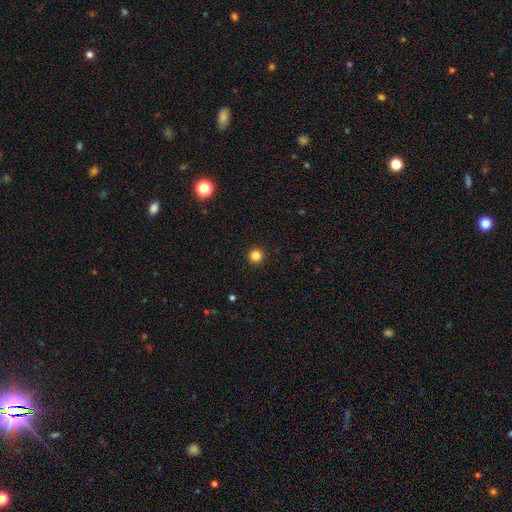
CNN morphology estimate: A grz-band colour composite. It shows a smooth galaxy with no disk features (84%) that is round (96%). Merging: none (93%).